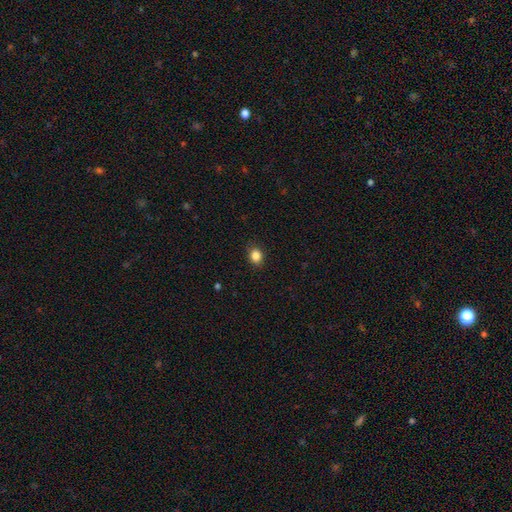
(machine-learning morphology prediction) smooth_or_featured: smooth (p=0.85) [alt: star or artifact p=0.11]
how_rounded: round (p=0.58) [alt: in between p=0.41]
merging: none (p=0.87) [alt: minor disturbance p=0.09]